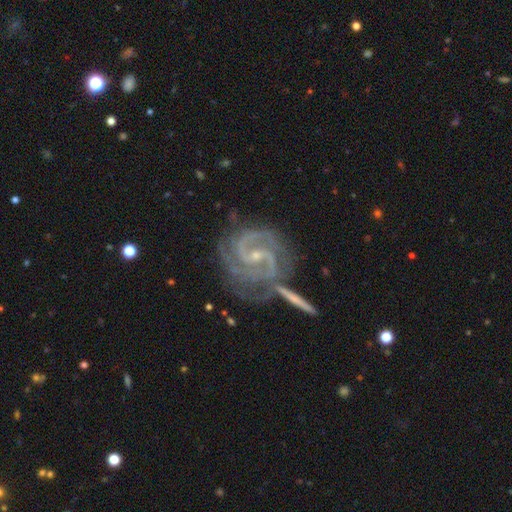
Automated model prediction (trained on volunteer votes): A featured or disk galaxy (92%) with a weak bar (43%), 2 (67%) tight (53%) spiral arms (99%) and a small central bulge (77%). Merging: none (49%).